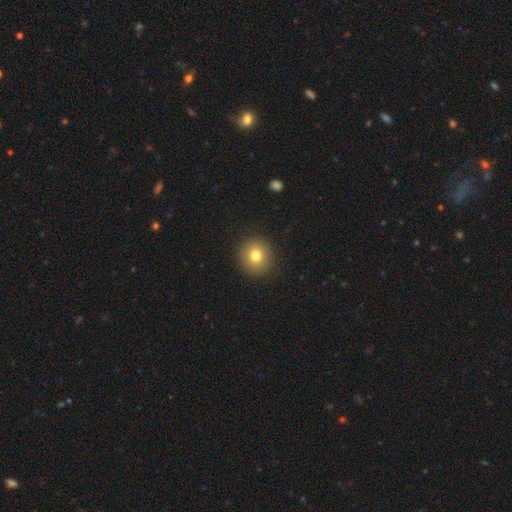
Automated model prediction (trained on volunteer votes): Morphology: type=smooth (78%); roundness=round (91%); merging=none (91%).